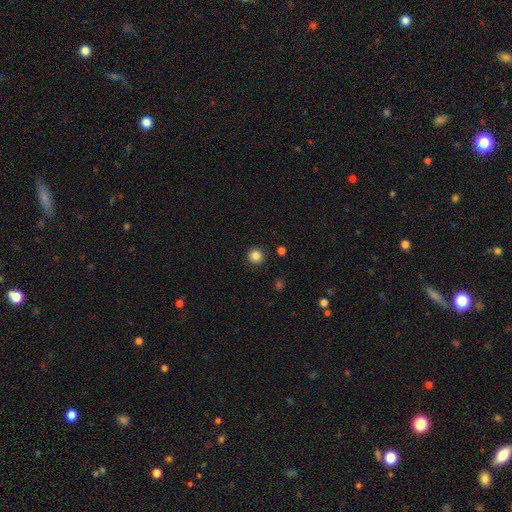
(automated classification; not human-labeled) A smooth galaxy with no disk features (85%) that is round (96%). Merging: none (92%).